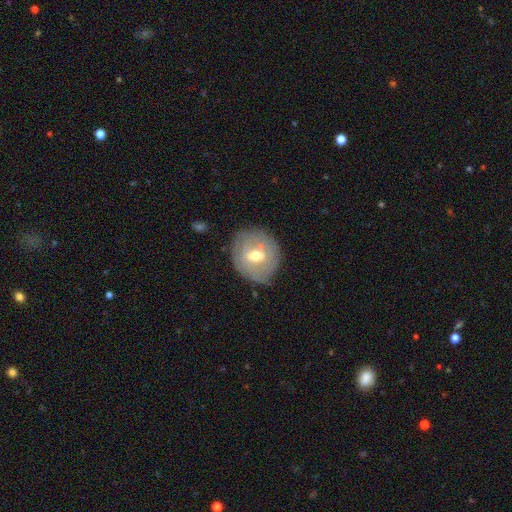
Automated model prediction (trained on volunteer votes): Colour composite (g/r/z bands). It shows a featured or disk galaxy (50%). Merging: none (76%).